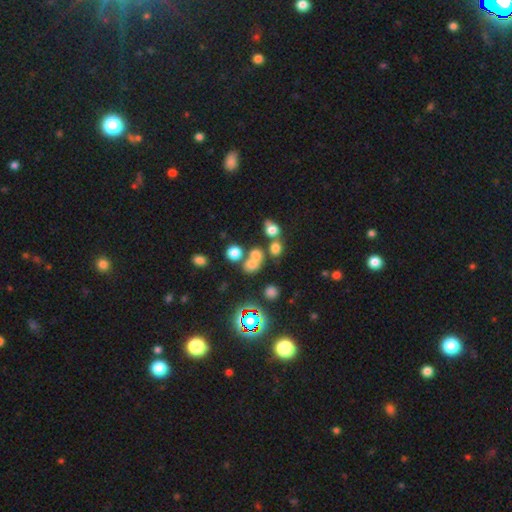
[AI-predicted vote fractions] Morphology: type=smooth (60%); roundness=round (73%); merging=none (44%).